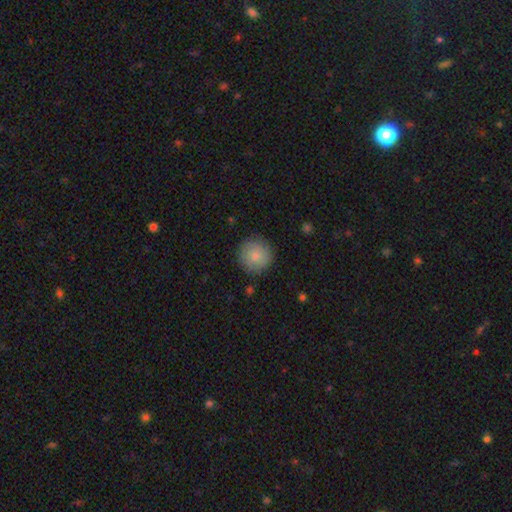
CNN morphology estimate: Smooth or featured: smooth — 79% (featured or disk — 15%)
How rounded: round — 95% (in between — 4%)
Merging: none — 86% (minor disturbance — 10%)